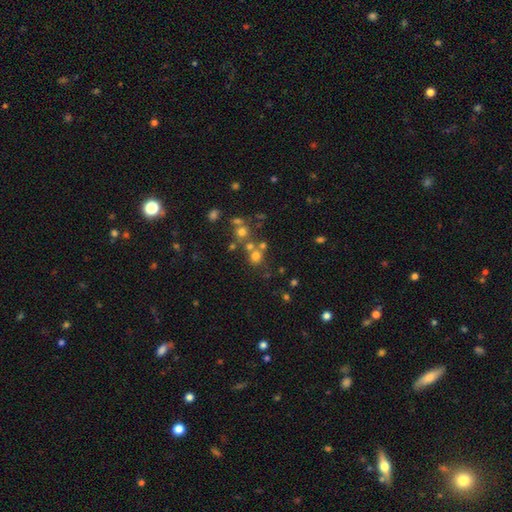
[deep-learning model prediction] Smooth or featured: smooth — 61% (star or artifact — 23%)
How rounded: round — 85% (in between — 13%)
Merging: none — 57% (merger — 30%)